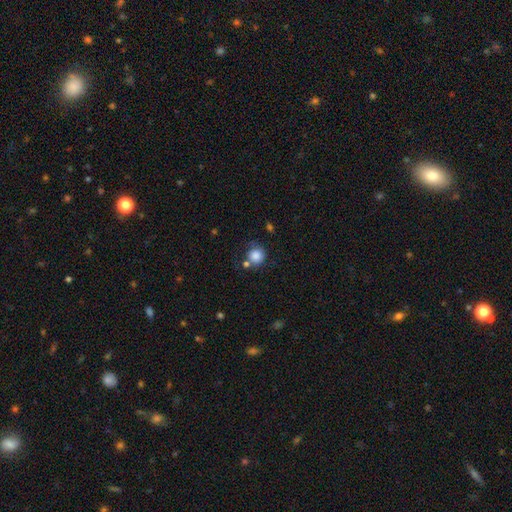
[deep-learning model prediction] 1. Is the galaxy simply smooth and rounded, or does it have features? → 84% smooth, 10% star or artifact, 6% featured or disk.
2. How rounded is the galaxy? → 90% round, 9% in between, 1% cigar-shaped.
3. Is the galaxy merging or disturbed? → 60% none, 17% minor disturbance, 15% merger, 7% major disturbance.